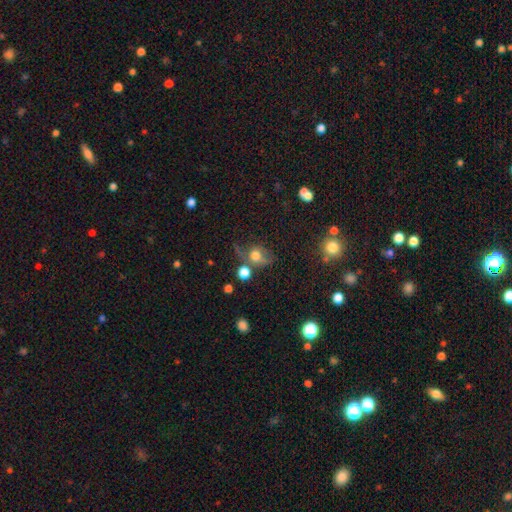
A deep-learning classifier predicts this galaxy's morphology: This is likely a smooth galaxy (61%). How rounded: possibly round (58%). Merging: marginally none (40%).